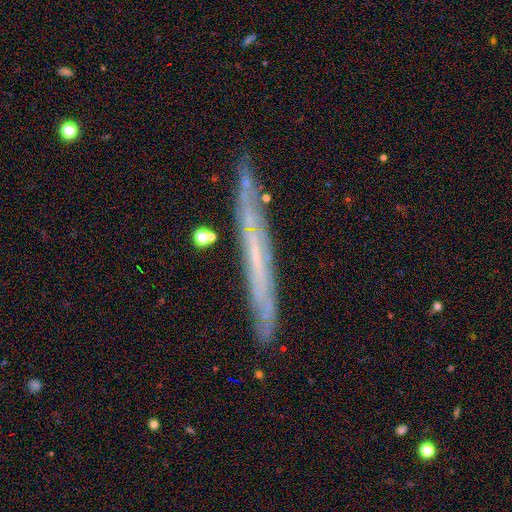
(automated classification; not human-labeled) Overall: featured or disk (64%; smooth 28%). Edge-on disk: yes (85%). Edge-on bulge: none (88%). Merging: none (79%).